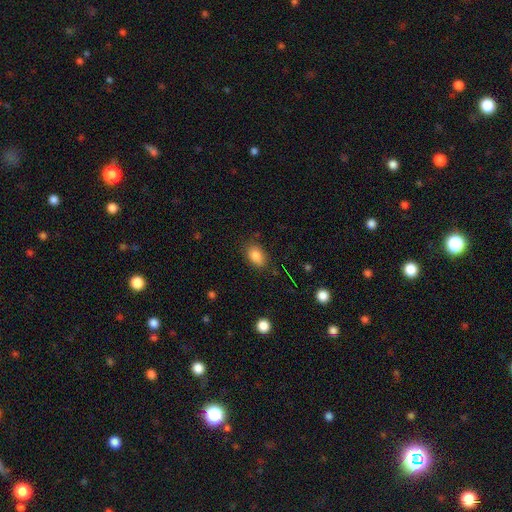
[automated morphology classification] type=smooth (84%); roundness=in between (81%); merging=none (81%).